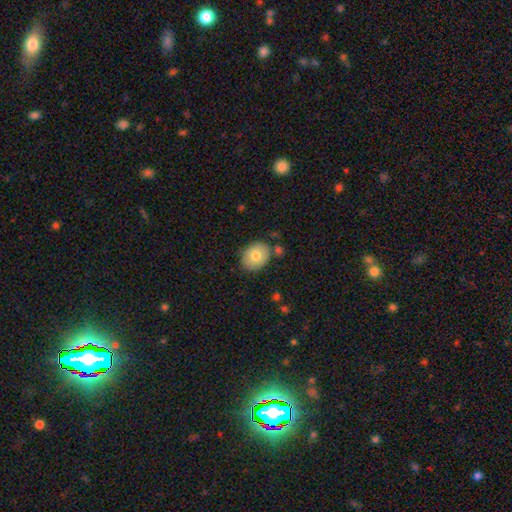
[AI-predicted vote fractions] Smooth or featured?
  - smooth: 76% *
  - featured or disk: 16%
  - star or artifact: 8%
How rounded?
  - in between: 52% *
  - round: 47%
  - cigar-shaped: 1%
Merging?
  - none: 78% *
  - minor disturbance: 13%
  - merger: 6%
  - major disturbance: 3%